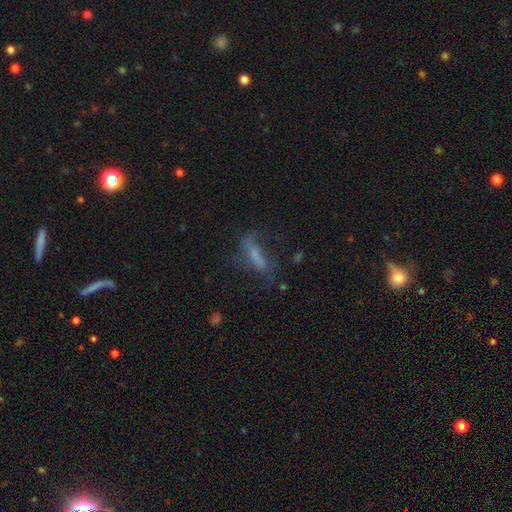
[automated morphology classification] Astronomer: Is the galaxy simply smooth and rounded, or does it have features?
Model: smooth — 46% (runner-up: featured or disk, 38%).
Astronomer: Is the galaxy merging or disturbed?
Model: none — 46% (runner-up: major disturbance, 26%).